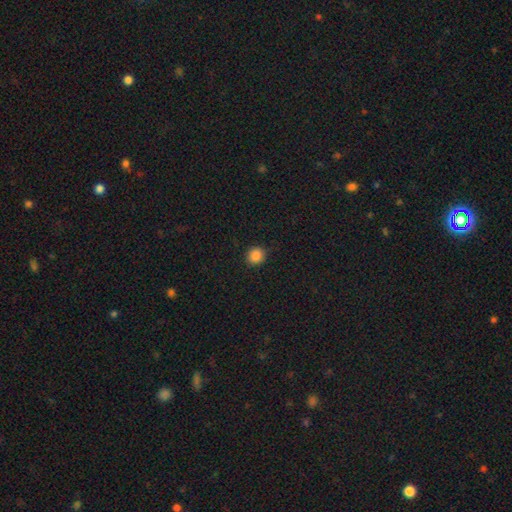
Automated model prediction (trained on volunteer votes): smooth_or_featured: smooth (p=0.86) [alt: star or artifact p=0.10]
how_rounded: round (p=0.86) [alt: in between p=0.13]
merging: none (p=0.89) [alt: minor disturbance p=0.08]